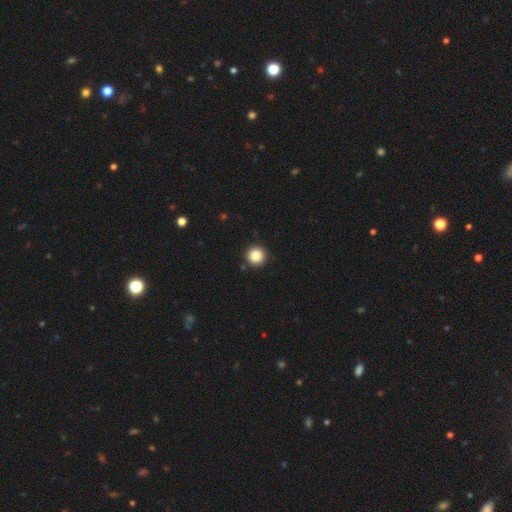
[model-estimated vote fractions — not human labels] This is clearly a smooth galaxy (86%). How rounded: clearly round (96%). Merging: clearly none (92%).